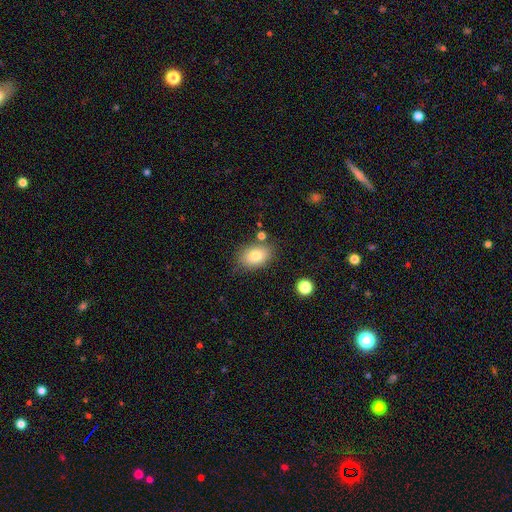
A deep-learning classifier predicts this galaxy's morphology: smooth_or_featured: smooth (p=0.80) [alt: featured or disk p=0.12]
how_rounded: in between (p=0.86) [alt: round p=0.13]
merging: none (p=0.76) [alt: minor disturbance p=0.15]